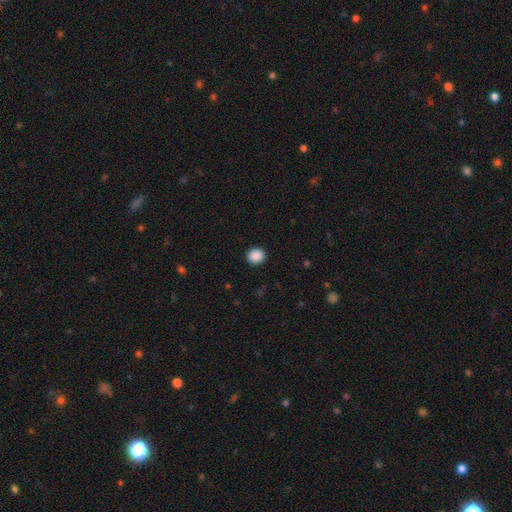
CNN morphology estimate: smooth-or-featured: smooth: 89% | star or artifact: 9% | featured or disk: 2%
  how-rounded: round: 88% | in between: 11% | cigar-shaped: 1%
  merging: none: 92% | minor disturbance: 5% | major disturbance: 2% | merger: 1%